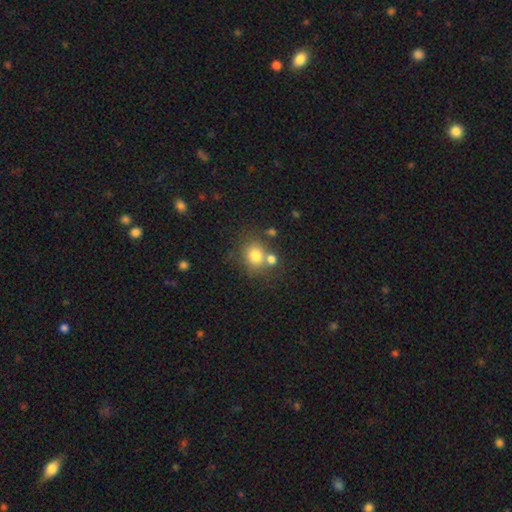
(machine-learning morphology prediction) A smooth galaxy with no disk features (78%) that is round (78%).

Vote fractions:
- Smooth or featured? smooth: 78% / star or artifact: 12% / featured or disk: 10%
- How rounded? round: 78% / in between: 22% / cigar-shaped: 1%
- Merging? none: 60% / merger: 25% / minor disturbance: 11% / major disturbance: 4%